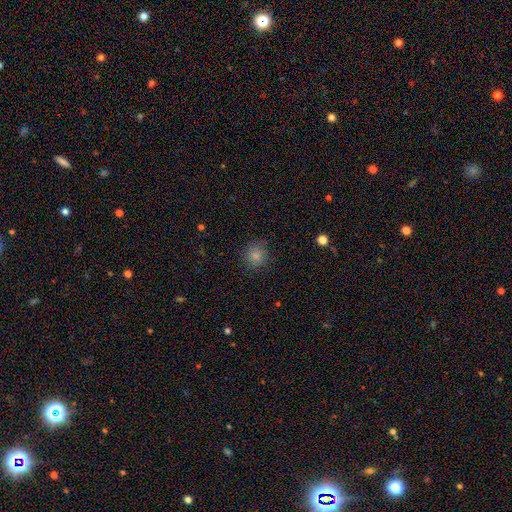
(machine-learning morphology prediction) A smooth galaxy with no disk features (84%) that is round (87%). Merging: none (86%).